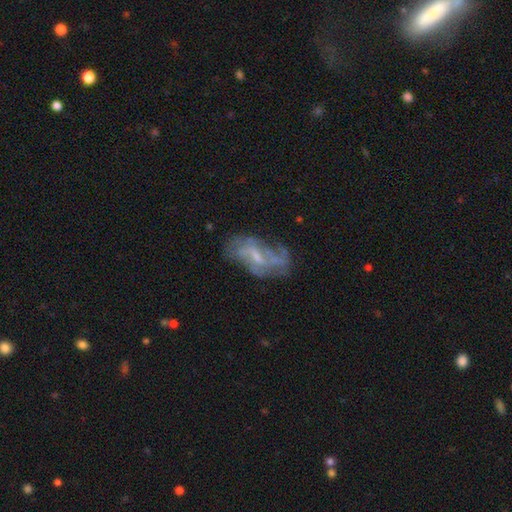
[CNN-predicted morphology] This appears to be a featured or disk galaxy (74%) with a weak bar (55%), loose (42%) spiral arms (77%) and a small central bulge (48%). Merging: none (50%).